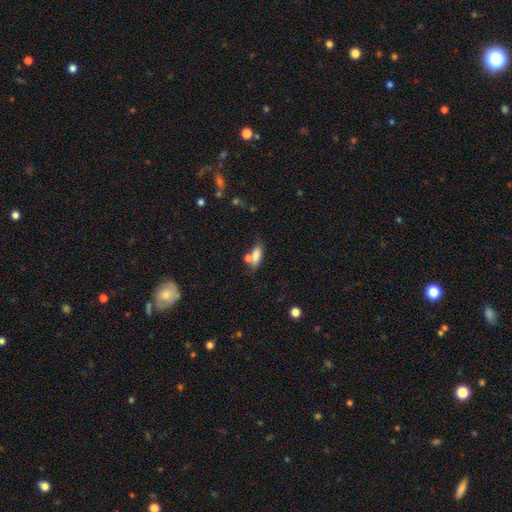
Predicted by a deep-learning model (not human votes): smooth_or_featured: smooth (p=0.76) [alt: featured or disk p=0.15]
how_rounded: in between (p=0.68) [alt: cigar-shaped p=0.28]
merging: none (p=0.50) [alt: merger p=0.25]